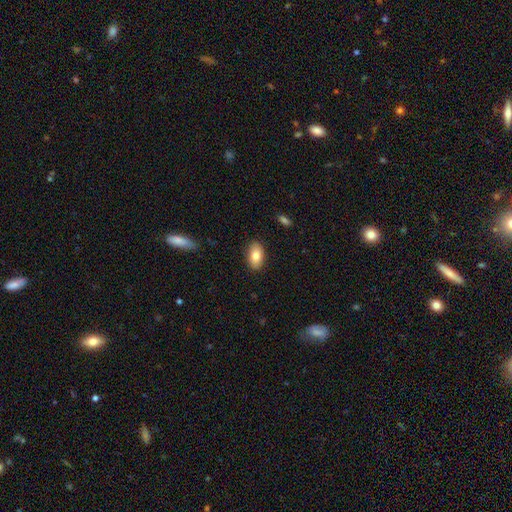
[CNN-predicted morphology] Smooth or featured?
  - smooth: 82% *
  - featured or disk: 11%
  - star or artifact: 7%
How rounded?
  - in between: 92% *
  - round: 5%
  - cigar-shaped: 2%
Merging?
  - none: 87% *
  - minor disturbance: 9%
  - major disturbance: 2%
  - merger: 1%